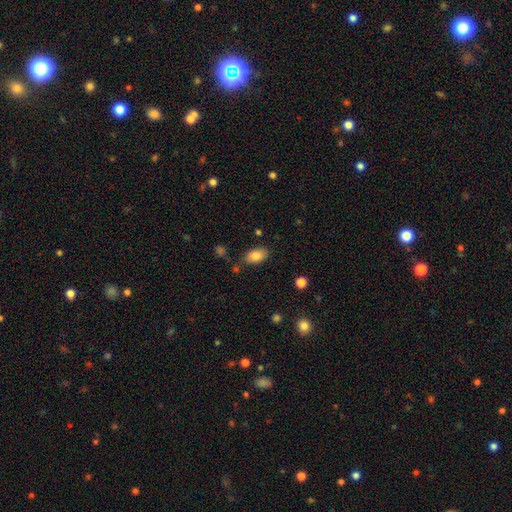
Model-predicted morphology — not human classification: smooth-or-featured: smooth: 83% | featured or disk: 8% | star or artifact: 8%
  how-rounded: in between: 92% | round: 6% | cigar-shaped: 2%
  merging: none: 78% | minor disturbance: 15% | merger: 4% | major disturbance: 3%